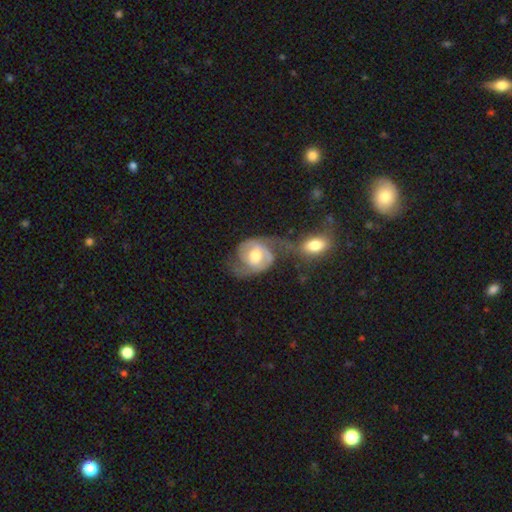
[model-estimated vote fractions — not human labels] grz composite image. It shows a featured or disk galaxy (76%) with no bar (48%), 2 (84%) medium (48%) spiral arms (89%) and a moderate central bulge (67%). Merging: merger (38%).